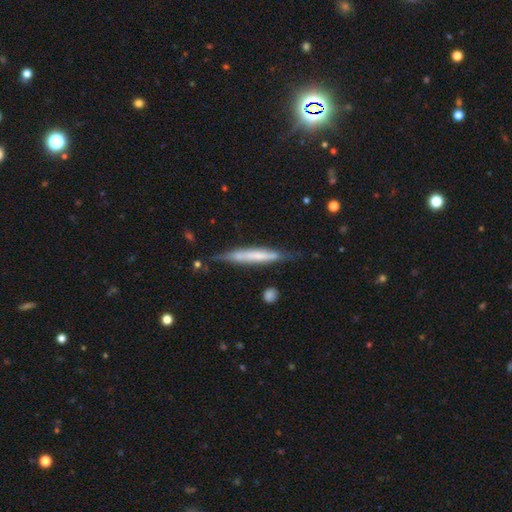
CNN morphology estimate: This is possibly a featured or disk galaxy (50%). It is clearly viewed edge-on (89%). Merging: likely none (69%).